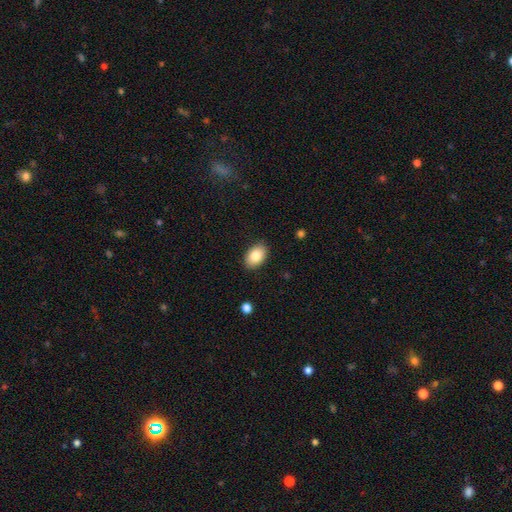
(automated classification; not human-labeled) Q: Smooth or featured?
A: smooth (84%); runner-up: featured or disk (9%)
Q: How rounded?
A: in between (86%); runner-up: round (13%)
Q: Merging?
A: none (87%); runner-up: minor disturbance (10%)